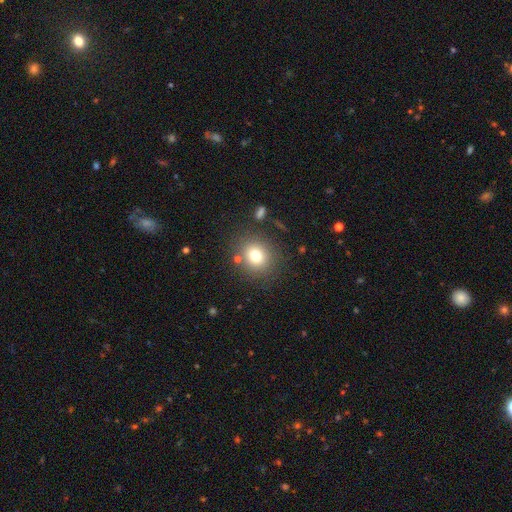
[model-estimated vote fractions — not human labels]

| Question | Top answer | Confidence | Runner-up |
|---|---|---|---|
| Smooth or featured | smooth | 74% | star or artifact (16%) |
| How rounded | round | 82% | in between (17%) |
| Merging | none | 84% | minor disturbance (8%) |